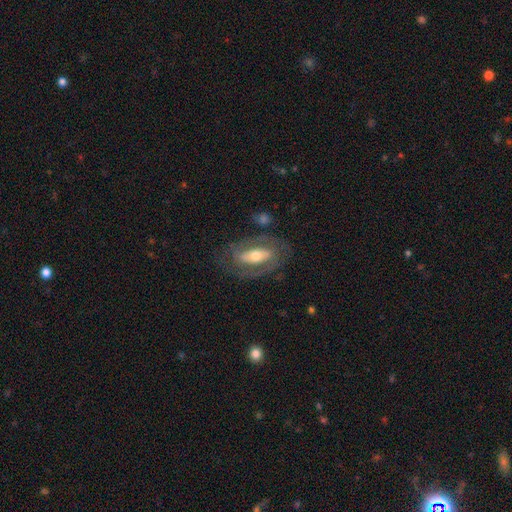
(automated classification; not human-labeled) A featured or disk galaxy (70%) with a strong bar (41%), spiral arms (61%) and a moderate central bulge (61%). Merging: none (72%).